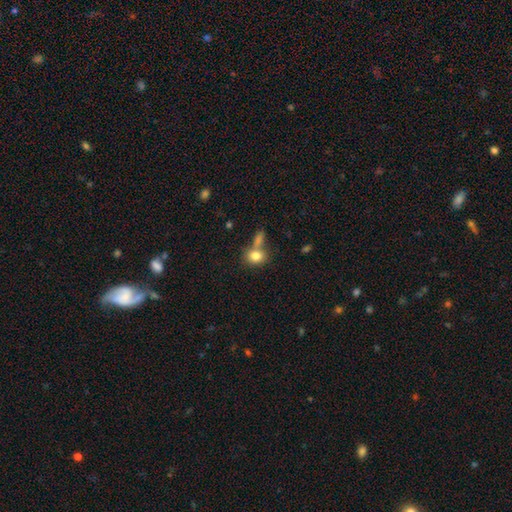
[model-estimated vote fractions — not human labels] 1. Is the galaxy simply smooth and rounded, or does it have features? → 81% smooth, 9% star or artifact, 9% featured or disk.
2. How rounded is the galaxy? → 51% in between, 47% round, 2% cigar-shaped.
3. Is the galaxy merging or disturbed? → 49% none, 34% merger, 12% minor disturbance, 5% major disturbance.